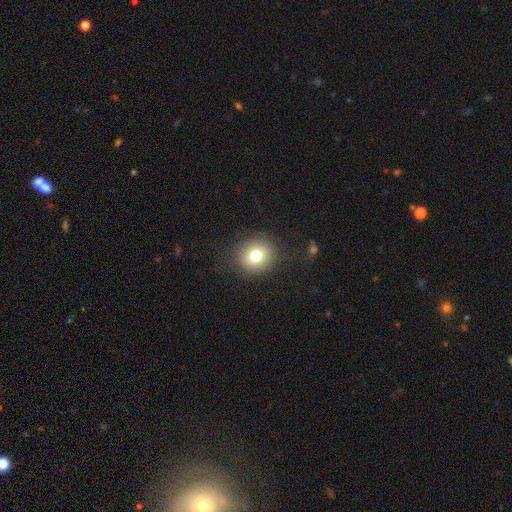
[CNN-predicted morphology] smooth_or_featured: smooth (p=0.77) [alt: star or artifact p=0.12]
how_rounded: round (p=0.81) [alt: in between p=0.18]
merging: none (p=0.87) [alt: minor disturbance p=0.08]